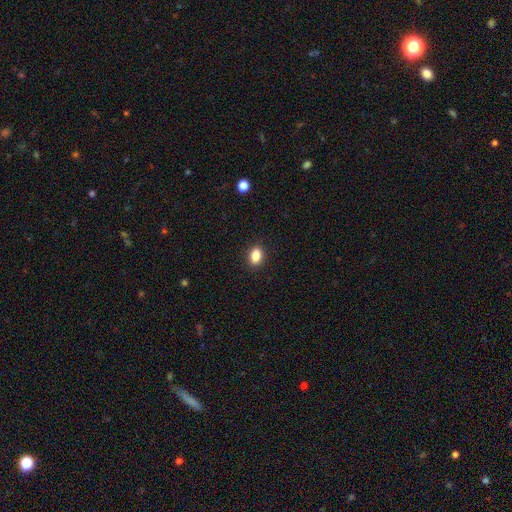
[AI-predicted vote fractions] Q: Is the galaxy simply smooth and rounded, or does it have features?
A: smooth — 86%.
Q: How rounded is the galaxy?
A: in between — 81%.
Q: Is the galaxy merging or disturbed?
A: none — 90%.